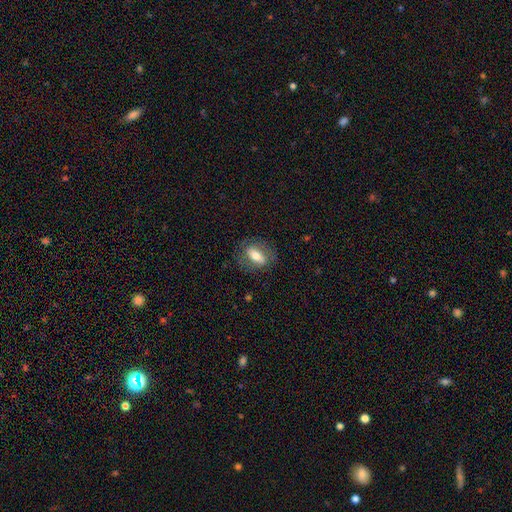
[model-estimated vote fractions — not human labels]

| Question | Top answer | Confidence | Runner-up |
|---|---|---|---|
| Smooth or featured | smooth | 54% | featured or disk (38%) |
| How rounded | in between | 75% | cigar-shaped (14%) |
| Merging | none | 76% | minor disturbance (16%) |